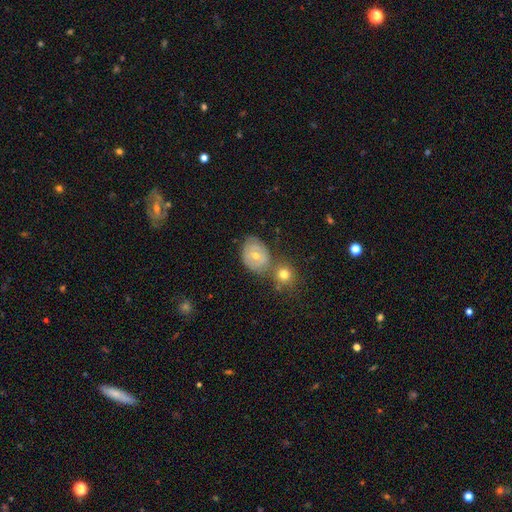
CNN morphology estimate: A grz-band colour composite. It shows a featured or disk galaxy (47%). Merging: none (46%).